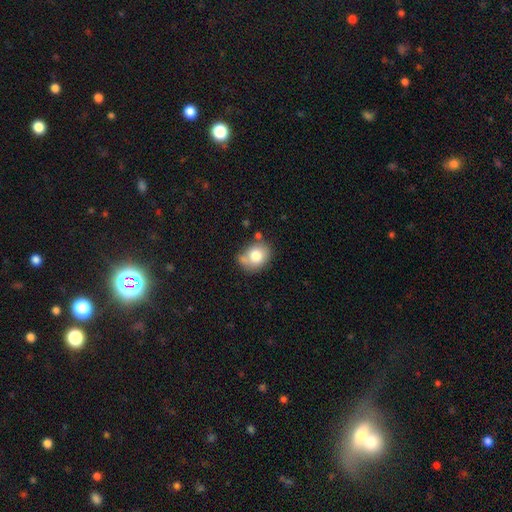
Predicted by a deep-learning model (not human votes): The model was most divided on "how rounded": round: 53%, in between: 46%, cigar-shaped: 1%. More confident: smooth or featured — smooth (78%); merging — none (55%).